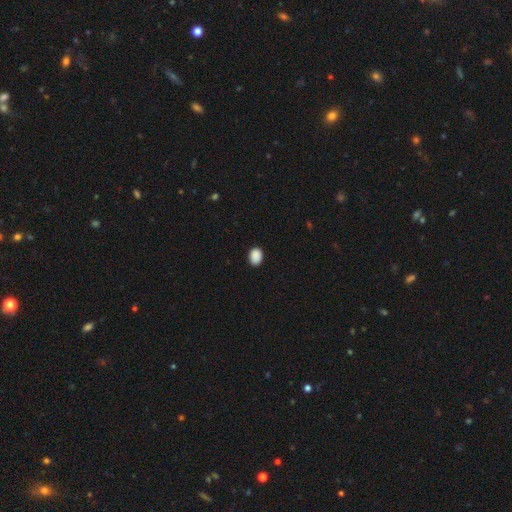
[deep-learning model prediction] Morphology: type=smooth (90%); roundness=in between (69%); merging=none (88%).